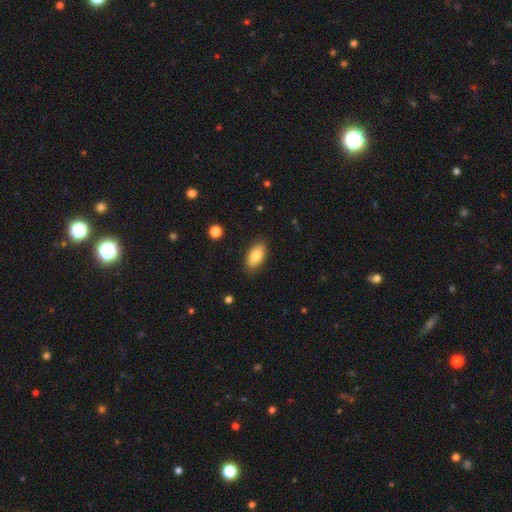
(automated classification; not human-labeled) This is clearly a smooth galaxy (83%). How rounded: clearly in between (92%). Merging: clearly none (85%).